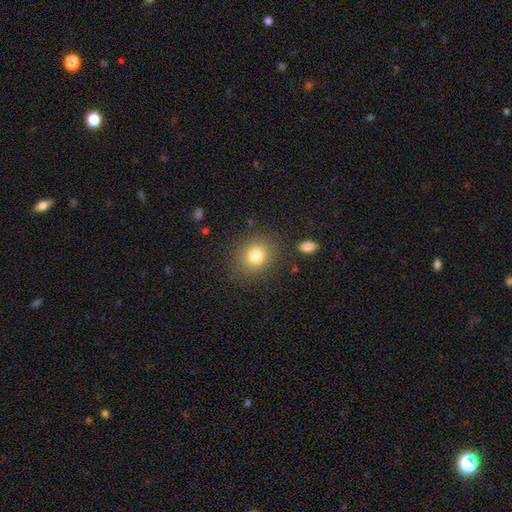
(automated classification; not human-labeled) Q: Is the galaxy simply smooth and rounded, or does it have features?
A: smooth — 80%.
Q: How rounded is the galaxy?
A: round — 72%.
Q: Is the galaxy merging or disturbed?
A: none — 85%.